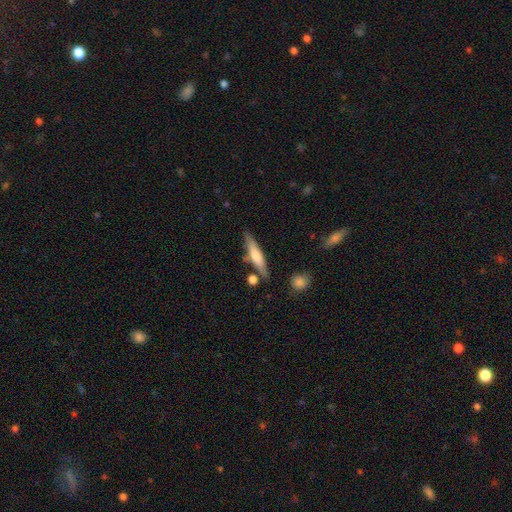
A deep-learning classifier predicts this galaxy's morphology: Smooth or featured? Predicted: smooth (p=0.51). How rounded? Predicted: cigar-shaped (p=0.85). Merging? Predicted: none (p=0.79).